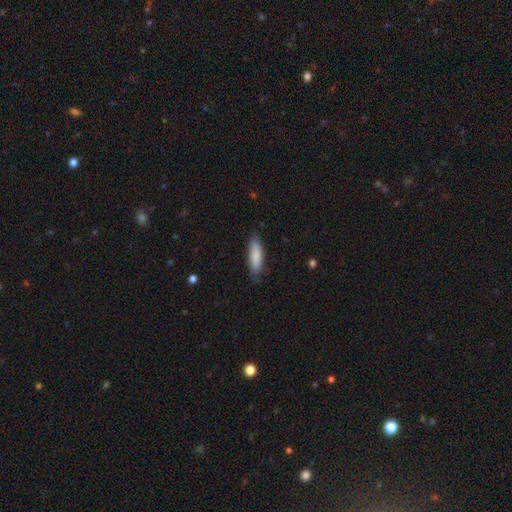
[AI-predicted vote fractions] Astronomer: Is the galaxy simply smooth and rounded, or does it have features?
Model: smooth — 86%.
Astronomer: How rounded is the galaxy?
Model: cigar-shaped — 51% (runner-up: in between, 48%).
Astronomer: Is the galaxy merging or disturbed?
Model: none — 82%.